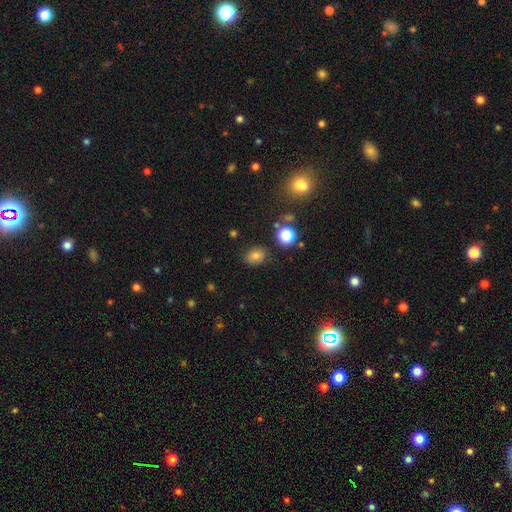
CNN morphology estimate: Overall: smooth (76%). How rounded: round (50%; in between 49%). Merging: none (83%).